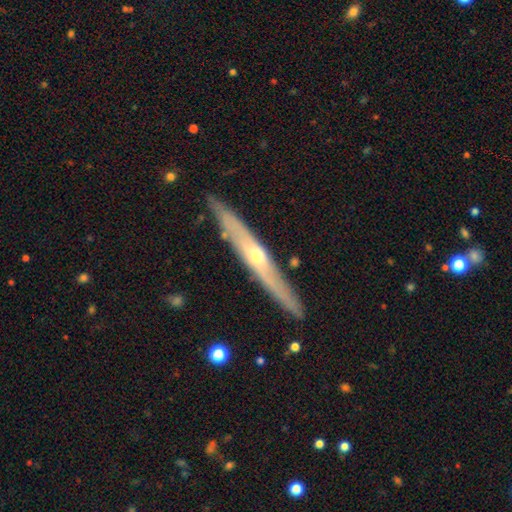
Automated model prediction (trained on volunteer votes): featured or disk 69%, smooth 26%, star or artifact 5%. Down the decision tree: edge-on disk — yes (91%); edge-on bulge — rounded (79%); merging — none (86%).